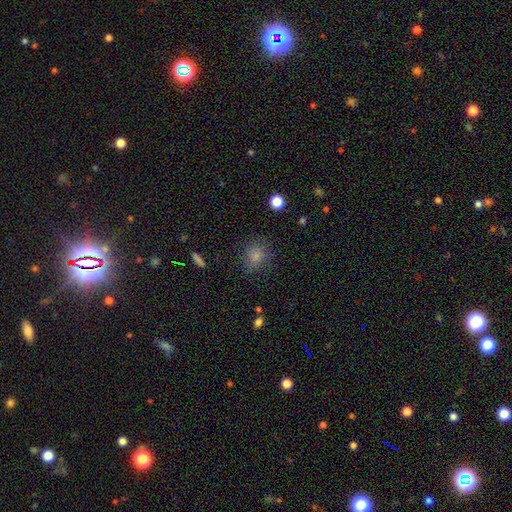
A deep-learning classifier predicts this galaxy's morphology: smooth_or_featured: smooth (p=0.79) [alt: star or artifact p=0.14]
how_rounded: round (p=0.68) [alt: in between p=0.31]
merging: none (p=0.75) [alt: minor disturbance p=0.16]